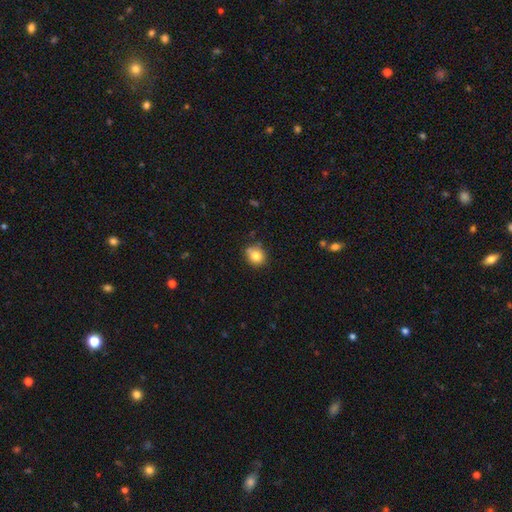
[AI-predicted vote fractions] Morphology: type=smooth (81%); roundness=round (74%); merging=none (73%).